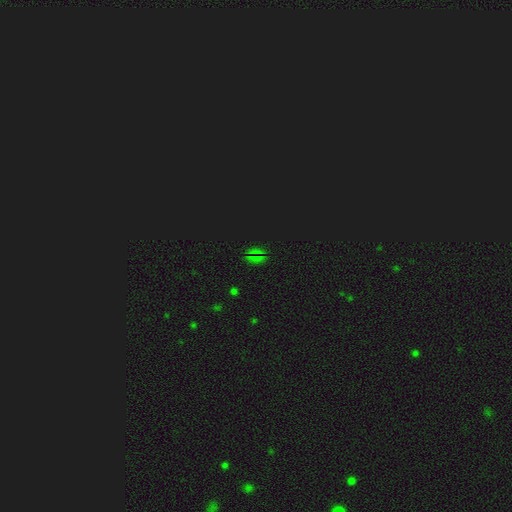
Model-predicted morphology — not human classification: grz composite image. It shows a star or artifact, not a galaxy (62%).